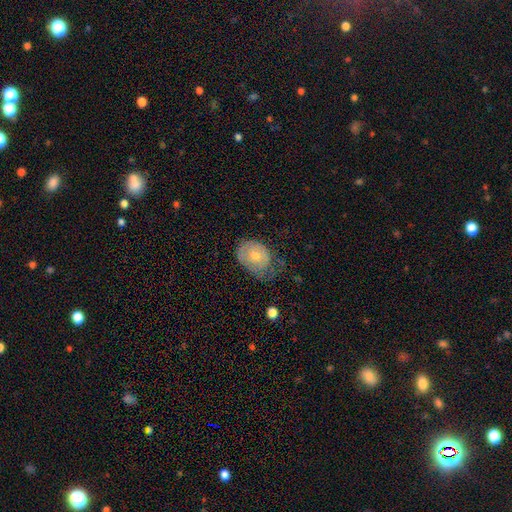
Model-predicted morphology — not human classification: Smooth or featured: smooth — 61% (featured or disk — 33%)
How rounded: in between — 65% (round — 34%)
Merging: none — 39% (minor disturbance — 38%)